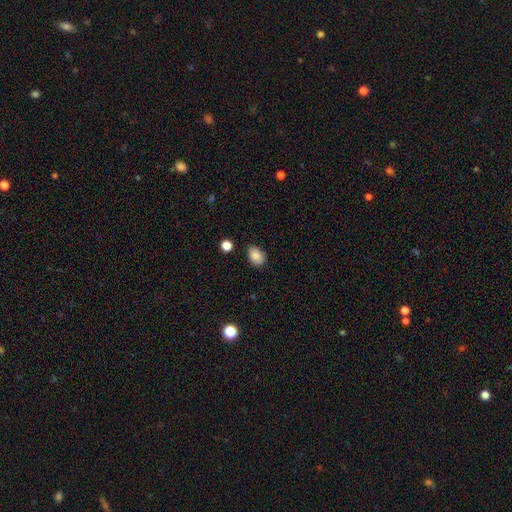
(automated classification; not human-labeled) smooth-or-featured: smooth: 86% | star or artifact: 9% | featured or disk: 5%
  how-rounded: in between: 79% | round: 20% | cigar-shaped: 1%
  merging: none: 77% | minor disturbance: 17% | major disturbance: 3% | merger: 2%